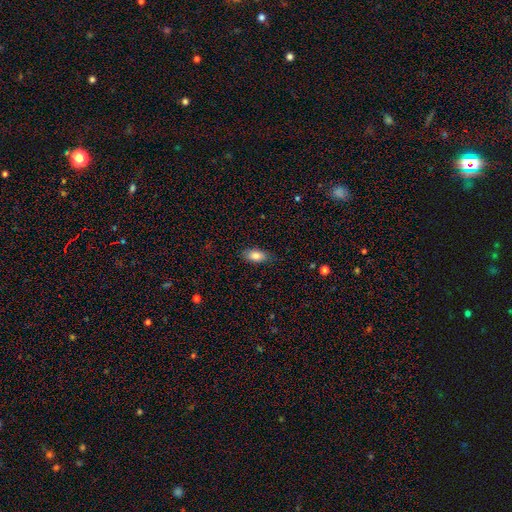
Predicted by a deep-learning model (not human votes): The model was most divided on "merging": none: 83%, minor disturbance: 14%, major disturbance: 3%, merger: 1%. More confident: how rounded — in between (89%); smooth or featured — smooth (84%).